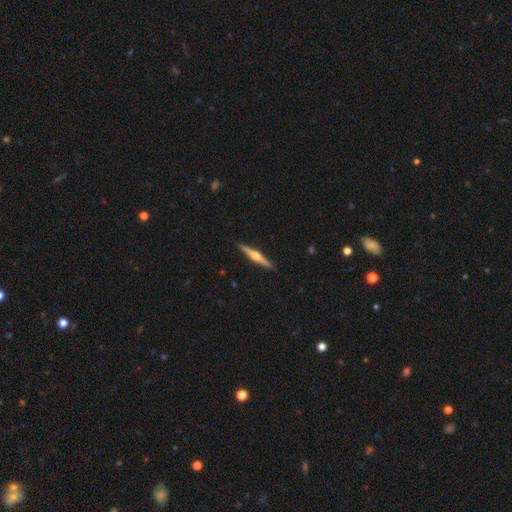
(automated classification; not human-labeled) Smooth or featured?
  - featured or disk: 73% *
  - smooth: 22%
  - star or artifact: 5%
Edge-on disk?
  - yes: 98% *
  - no: 2%
Edge-on bulge?
  - rounded: 94% *
  - none: 3%
  - boxy: 3%
Merging?
  - none: 92% *
  - minor disturbance: 6%
  - major disturbance: 1%
  - merger: 1%